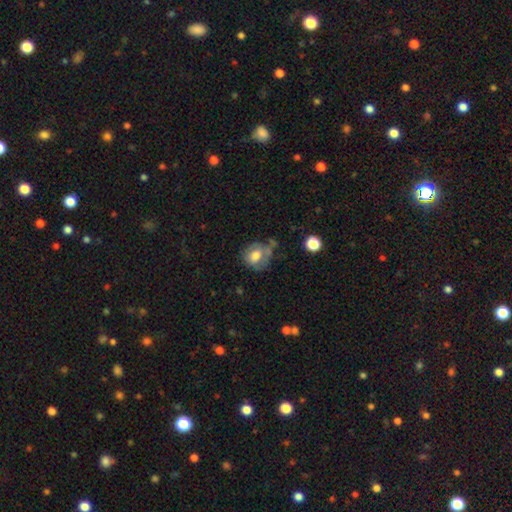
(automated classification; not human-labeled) Smooth or featured? smooth (68%)
How rounded? round (61%)
Merging? none (45%)